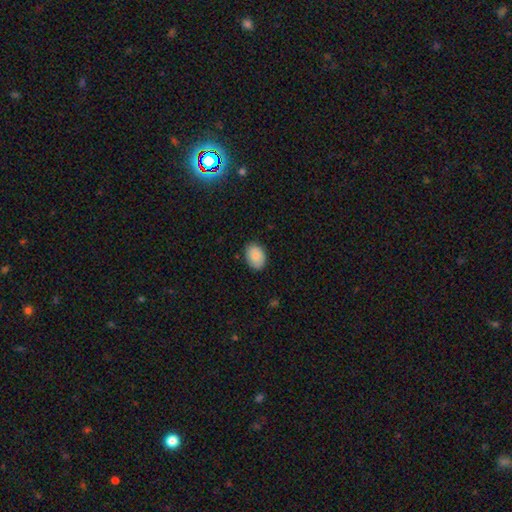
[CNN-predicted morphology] Smooth or featured?
  - smooth: 85% *
  - featured or disk: 8%
  - star or artifact: 7%
How rounded?
  - in between: 78% *
  - round: 21%
  - cigar-shaped: 1%
Merging?
  - none: 85% *
  - minor disturbance: 12%
  - major disturbance: 2%
  - merger: 1%